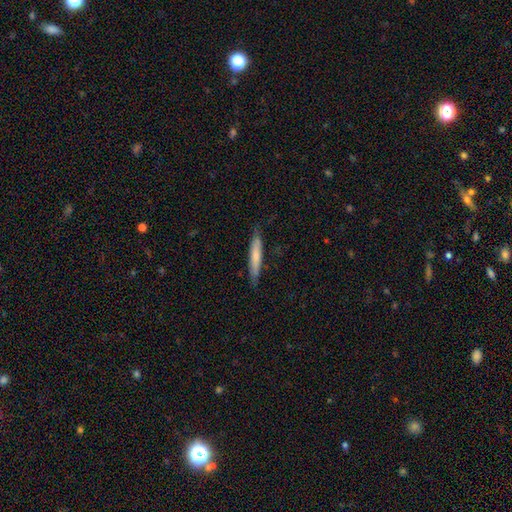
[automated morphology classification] A smooth galaxy with no disk features (67%) that is cigar-shaped (93%). Merging: none (82%).